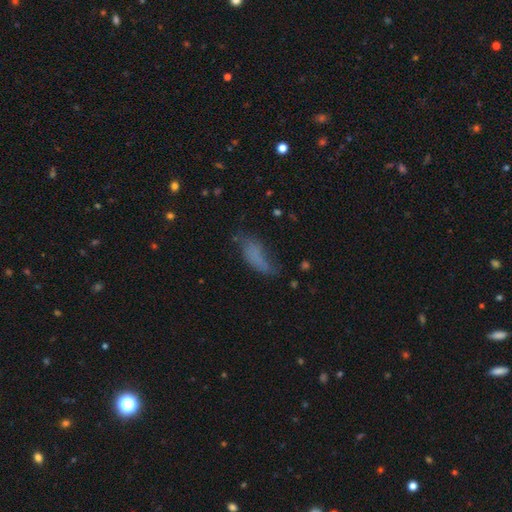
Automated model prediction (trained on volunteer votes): smooth-or-featured: smooth: 64% | featured or disk: 22% | star or artifact: 14%
  how-rounded: in between: 73% | cigar-shaped: 23% | round: 3%
  merging: none: 39% | minor disturbance: 31% | major disturbance: 26% | merger: 4%